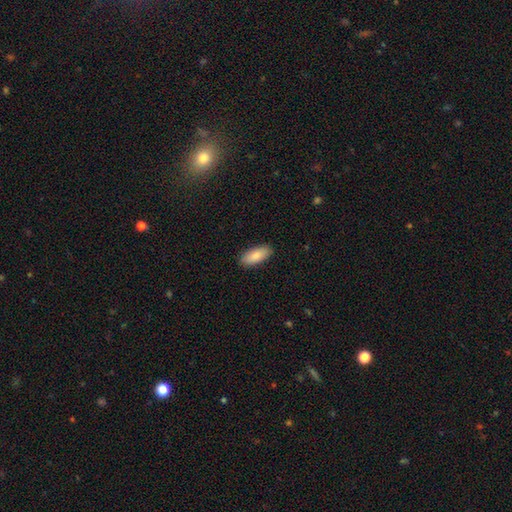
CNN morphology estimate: The model was most divided on "how rounded": in between: 86%, cigar-shaped: 12%, round: 2%. More confident: merging — none (89%); smooth or featured — smooth (85%).